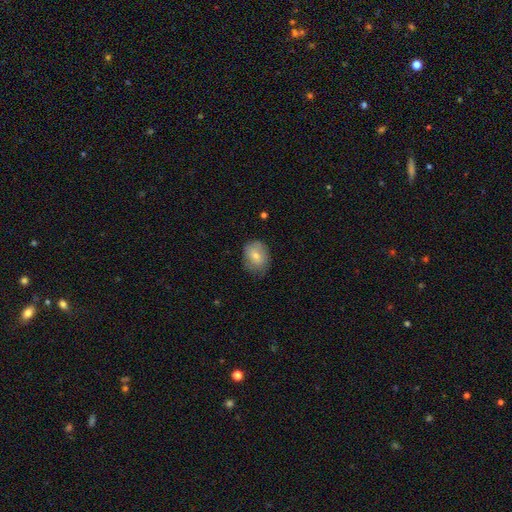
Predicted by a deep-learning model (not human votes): The model was most divided on "how rounded": in between: 56%, round: 43%, cigar-shaped: 1%. More confident: merging — none (75%); smooth or featured — smooth (66%).